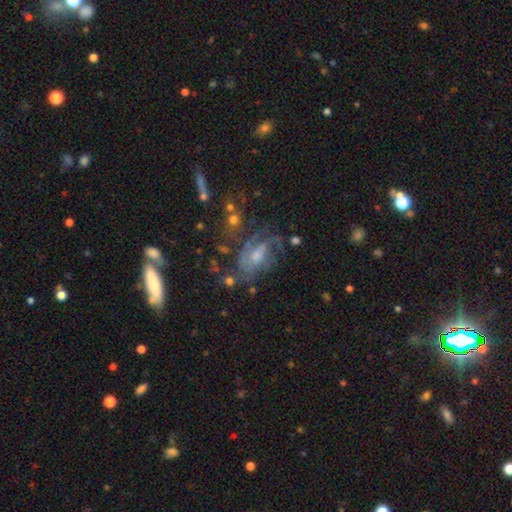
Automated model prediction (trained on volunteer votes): The model was most divided on "spiral winding": medium: 43%, tight: 37%, loose: 20%. Remaining: edge-on disk — no (95%); spiral arms — yes (85%); smooth or featured — featured or disk (72%); bar — no (57%); merging — none (51%); bulge size — moderate (45%); spiral arm count — can't tell (38%).